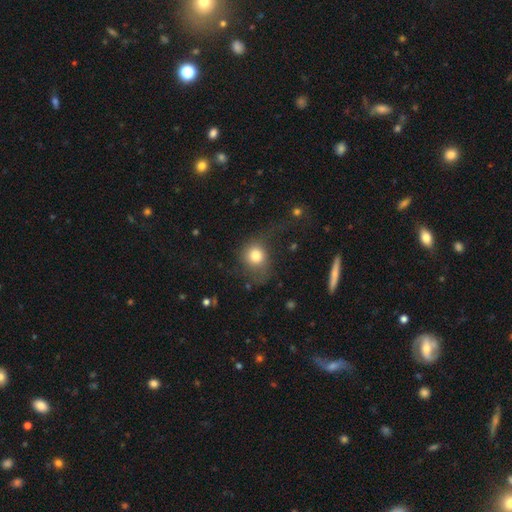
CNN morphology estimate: smooth_or_featured: smooth (p=0.75) [alt: featured or disk p=0.14]
how_rounded: round (p=0.77) [alt: in between p=0.22]
merging: none (p=0.45) [alt: major disturbance p=0.29]